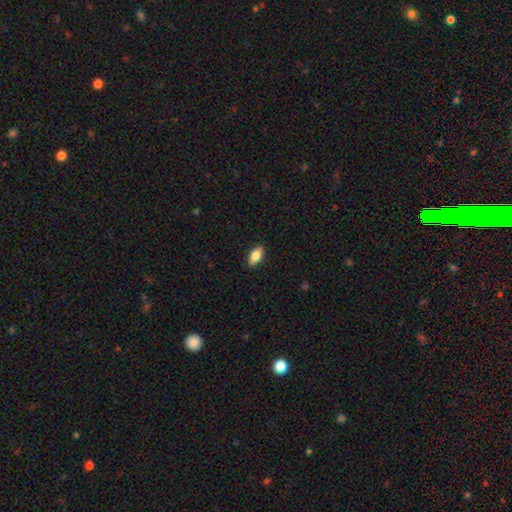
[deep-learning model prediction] Overall: smooth (68%). How rounded: in between (83%). Merging: none (87%).